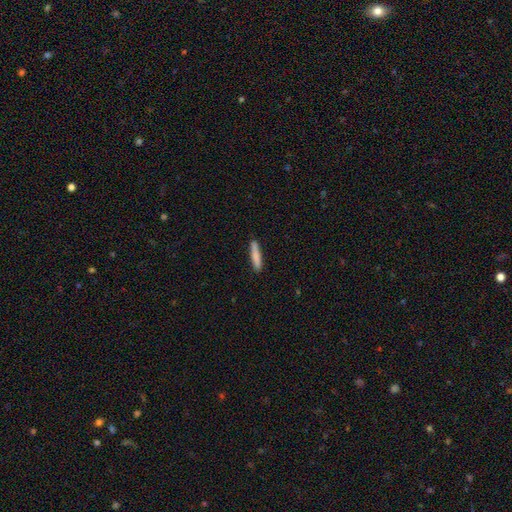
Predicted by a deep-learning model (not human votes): This is clearly a smooth galaxy (83%). How rounded: clearly cigar-shaped (92%). Merging: clearly none (89%).